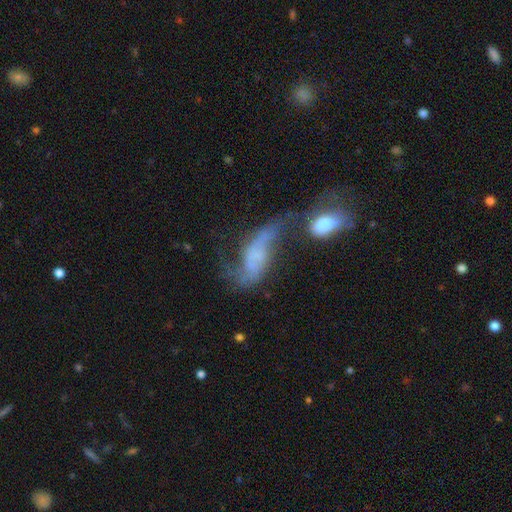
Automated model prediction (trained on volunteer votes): Smooth or featured: featured or disk — 63% (smooth — 26%)
Edge-on disk: no — 91% (yes — 9%)
Bar: no — 66% (weak — 25%)
Spiral arms: yes — 75% (no — 25%)
Bulge size: none — 53% (small — 29%)
Merging: merger — 44% (major disturbance — 25%)